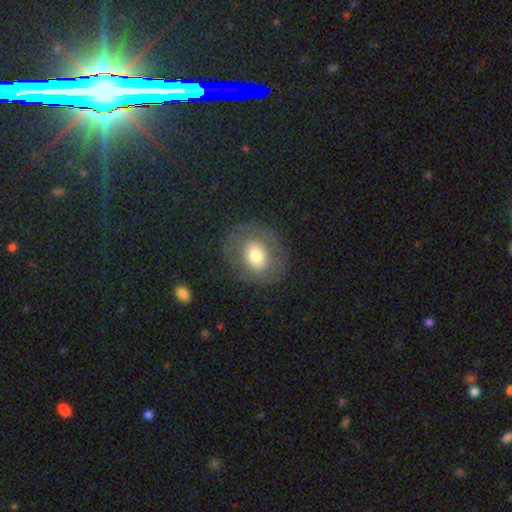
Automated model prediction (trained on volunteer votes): A smooth galaxy with no disk features (58%) that is round (62%). Merging: none (77%).